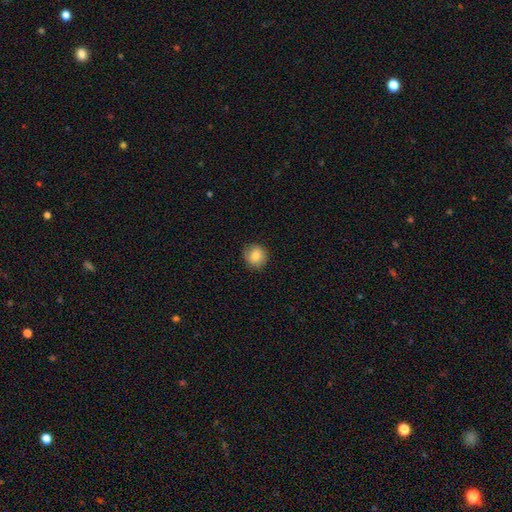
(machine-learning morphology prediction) Smooth or featured: smooth — 83% (star or artifact — 9%)
How rounded: round — 91% (in between — 8%)
Merging: none — 88% (minor disturbance — 9%)